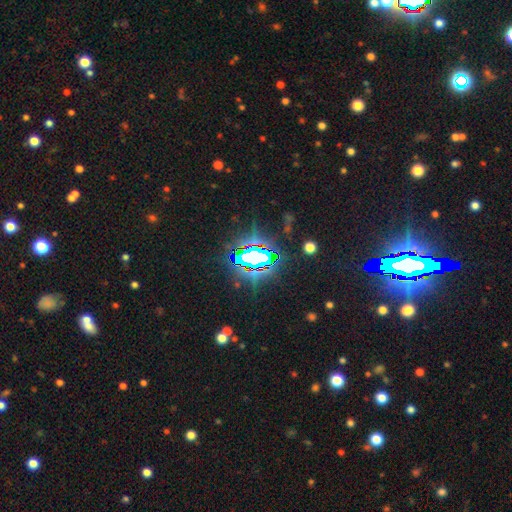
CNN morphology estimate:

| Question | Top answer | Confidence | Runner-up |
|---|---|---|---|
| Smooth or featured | star or artifact | 84% | smooth (8%) |